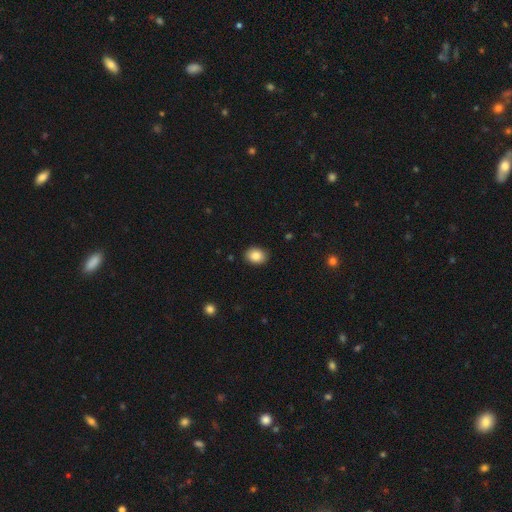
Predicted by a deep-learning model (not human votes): Smooth or featured?
  - smooth: 86% *
  - star or artifact: 8%
  - featured or disk: 5%
How rounded?
  - in between: 61% *
  - round: 38%
  - cigar-shaped: 1%
Merging?
  - none: 88% *
  - minor disturbance: 9%
  - major disturbance: 2%
  - merger: 1%